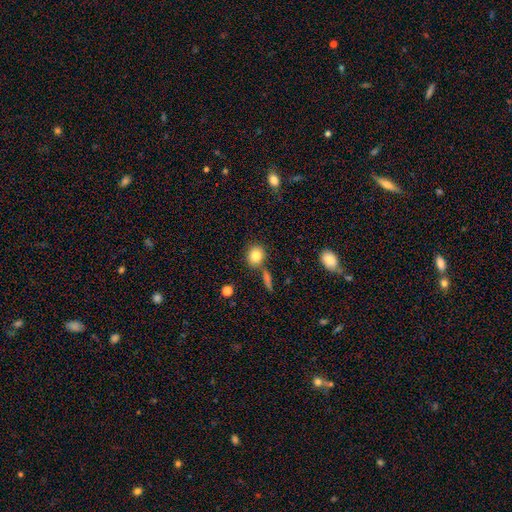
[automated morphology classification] Smooth or featured?
  - smooth: 83% *
  - star or artifact: 9%
  - featured or disk: 7%
How rounded?
  - round: 76% *
  - in between: 22%
  - cigar-shaped: 2%
Merging?
  - none: 74% *
  - merger: 12%
  - minor disturbance: 10%
  - major disturbance: 4%